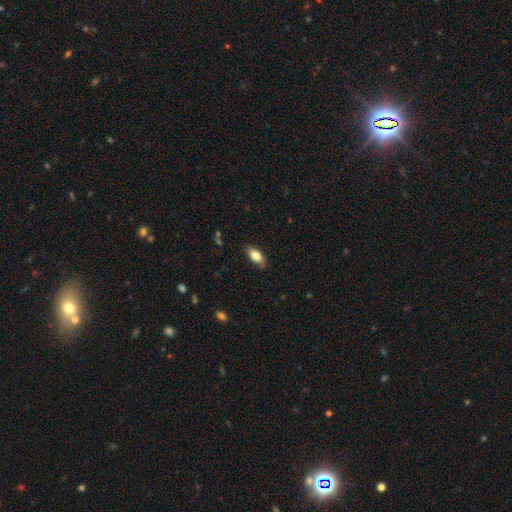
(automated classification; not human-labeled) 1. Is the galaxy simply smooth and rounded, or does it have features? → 80% smooth, 13% featured or disk, 7% star or artifact.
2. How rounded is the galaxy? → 87% in between, 10% cigar-shaped, 4% round.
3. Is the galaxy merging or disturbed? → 82% none, 15% minor disturbance, 3% major disturbance, 1% merger.